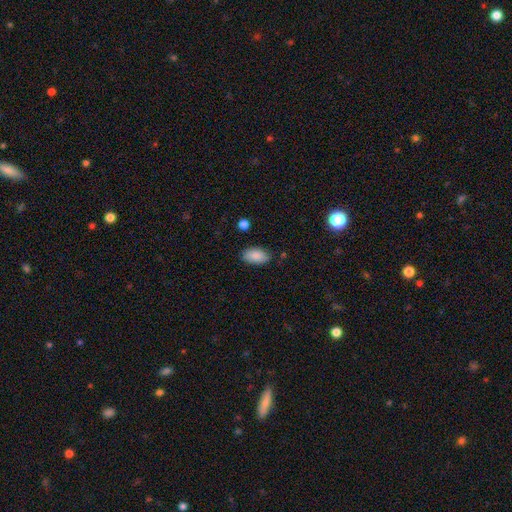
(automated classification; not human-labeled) Q: Smooth or featured?
A: smooth (88%); runner-up: star or artifact (7%)
Q: How rounded?
A: in between (94%); runner-up: round (4%)
Q: Merging?
A: none (81%); runner-up: minor disturbance (15%)